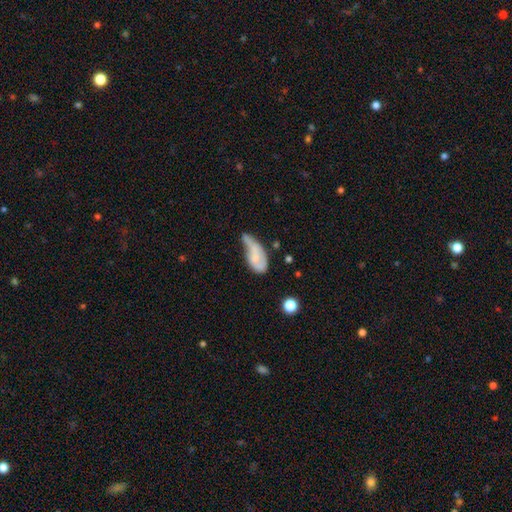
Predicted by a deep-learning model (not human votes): smooth-or-featured: smooth: 54% | featured or disk: 37% | star or artifact: 8%
  how-rounded: in between: 85% | cigar-shaped: 11% | round: 5%
  merging: minor disturbance: 35% | major disturbance: 33% | none: 19% | merger: 13%